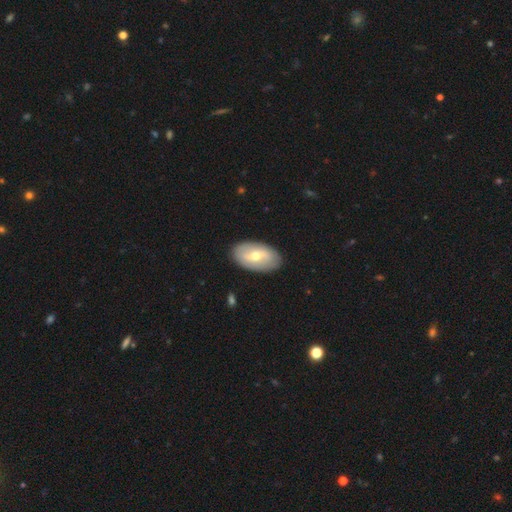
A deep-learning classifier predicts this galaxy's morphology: Smooth or featured: featured or disk — 49% (smooth — 46%)
Merging: none — 87% (minor disturbance — 9%)